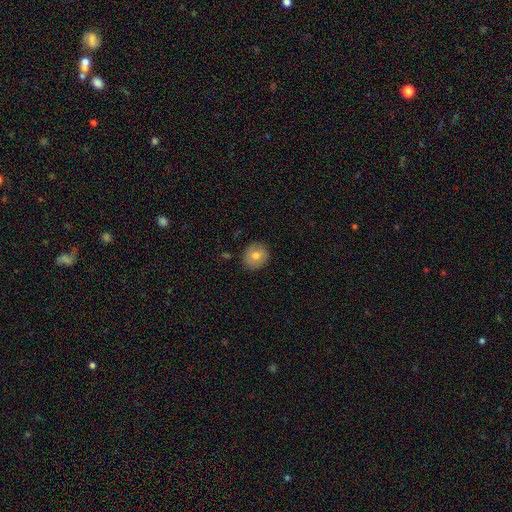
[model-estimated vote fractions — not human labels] Morphology: type=smooth (74%); roundness=round (85%); merging=none (87%).